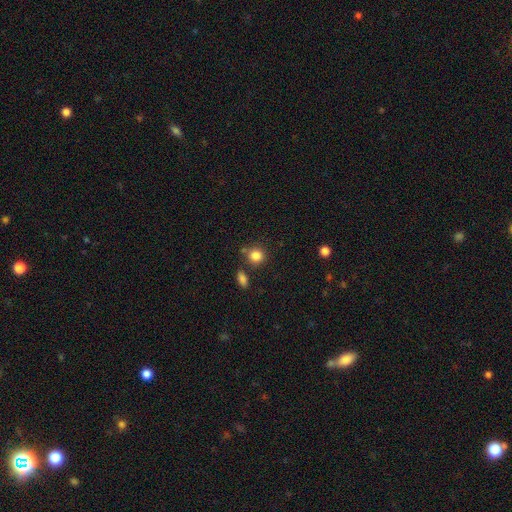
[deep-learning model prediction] Morphology: type=smooth (84%); roundness=round (82%); merging=none (74%).